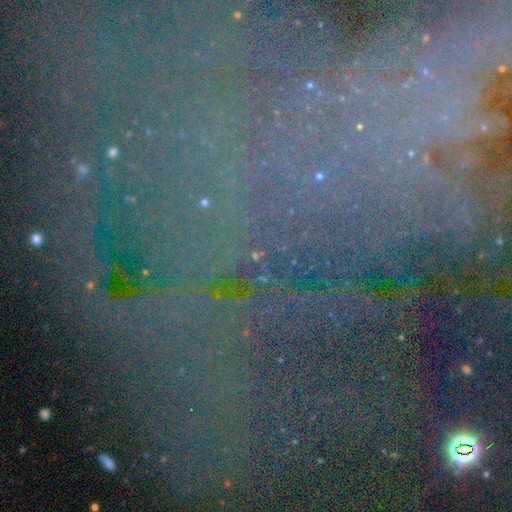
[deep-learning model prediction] A star or artifact, not a galaxy (85%).